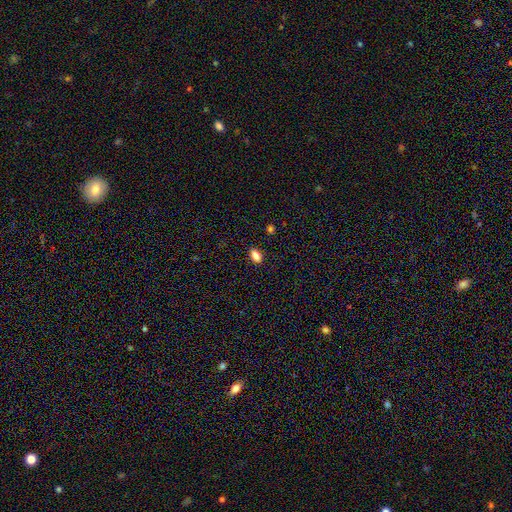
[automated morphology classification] This is clearly a smooth galaxy (84%). How rounded: clearly in between (84%). Merging: clearly none (89%).